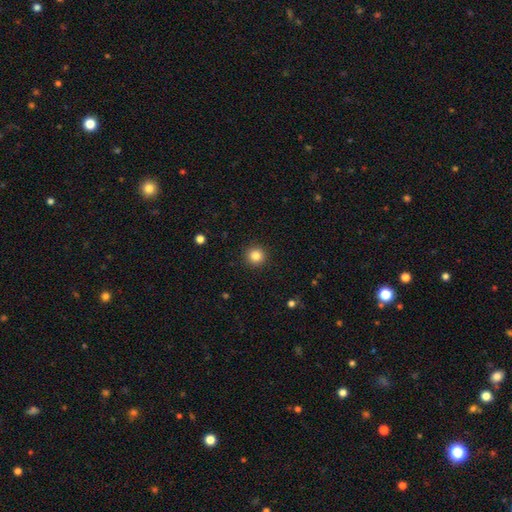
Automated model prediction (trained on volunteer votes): smooth-or-featured: smooth: 84% | star or artifact: 11% | featured or disk: 5%
  how-rounded: round: 96% | in between: 4% | cigar-shaped: 1%
  merging: none: 93% | minor disturbance: 5% | major disturbance: 2% | merger: 1%